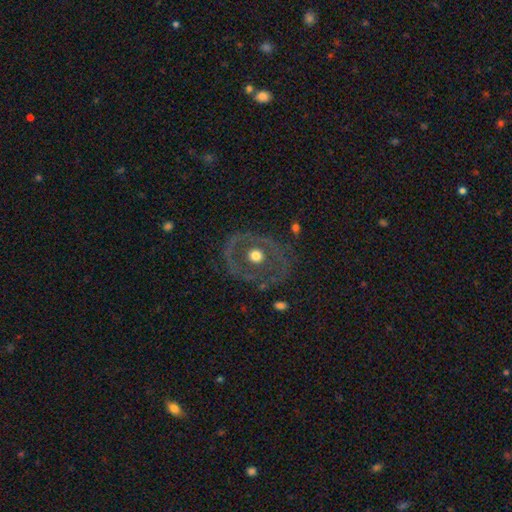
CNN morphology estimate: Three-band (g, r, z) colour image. It shows a featured or disk galaxy (60%) with no bar (90%), no spiral arms (81%) and a moderate central bulge (71%). Merging: none (74%).